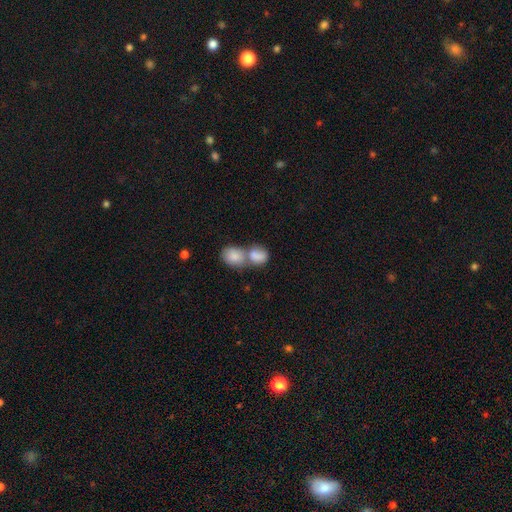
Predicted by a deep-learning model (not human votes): A smooth galaxy with no disk features (81%) that is in between round and cigar-shaped (58%). Merging: merger (73%).